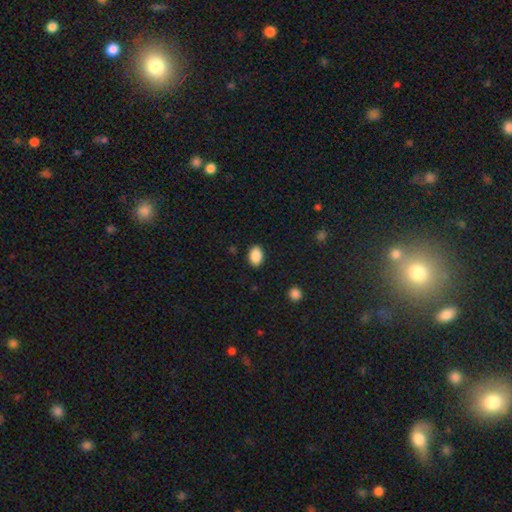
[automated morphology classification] type=smooth (89%); roundness=in between (83%); merging=none (88%).